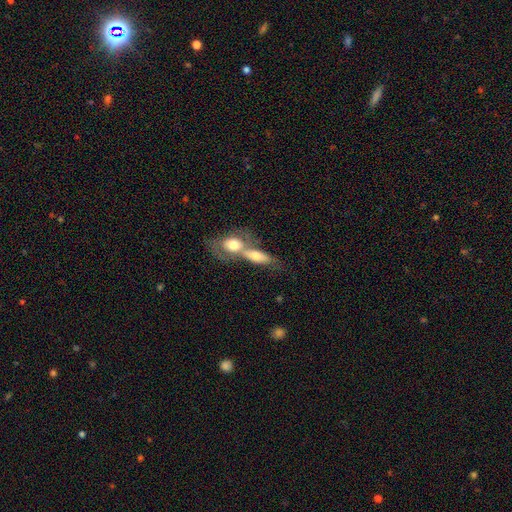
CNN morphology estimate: Smooth or featured: smooth — 62% (featured or disk — 31%)
How rounded: in between — 74% (cigar-shaped — 15%)
Merging: merger — 70% (none — 18%)